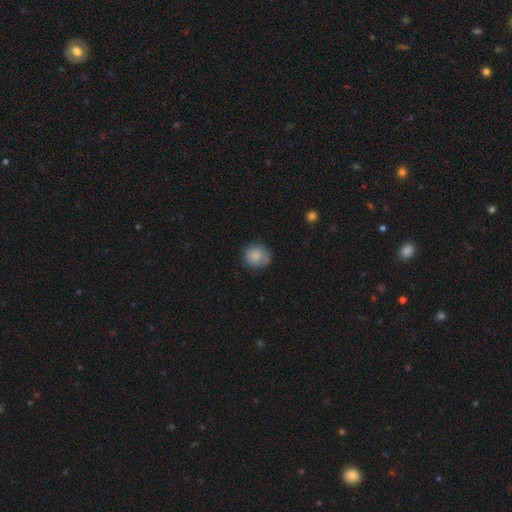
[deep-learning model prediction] Q: Smooth or featured?
A: smooth (82%); runner-up: featured or disk (10%)
Q: How rounded?
A: round (83%); runner-up: in between (16%)
Q: Merging?
A: none (73%); runner-up: minor disturbance (20%)